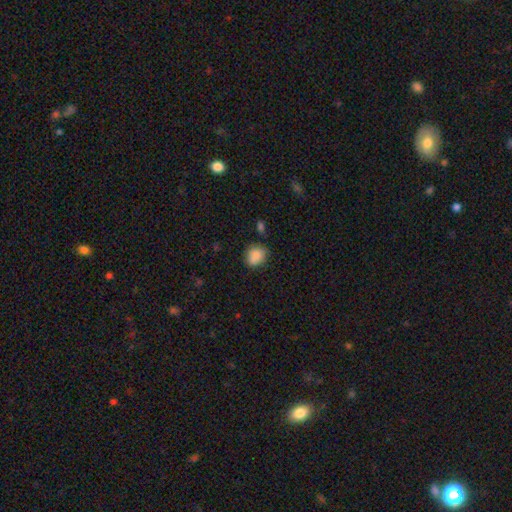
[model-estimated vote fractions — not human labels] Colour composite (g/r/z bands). It shows a smooth galaxy with no disk features (85%) that is round (59%). Merging: none (66%).